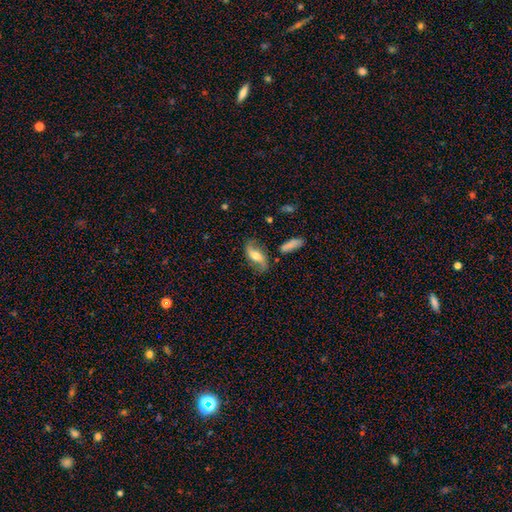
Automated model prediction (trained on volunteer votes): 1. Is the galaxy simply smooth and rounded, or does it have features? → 66% featured or disk, 27% smooth, 7% star or artifact.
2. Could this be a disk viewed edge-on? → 89% no, 11% yes.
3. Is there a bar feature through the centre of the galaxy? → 42% no, 34% weak, 24% strong.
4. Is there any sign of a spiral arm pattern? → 88% yes, 12% no.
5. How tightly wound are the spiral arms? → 78% loose, 16% medium, 6% tight.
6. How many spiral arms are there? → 91% 2, 4% can't tell, 3% 1, 1% 3, 1% 4, 1% more than 4.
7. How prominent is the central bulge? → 65% moderate, 23% small, 9% large, 2% none, 2% dominant.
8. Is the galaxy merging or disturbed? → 73% none, 17% minor disturbance, 6% major disturbance, 4% merger.